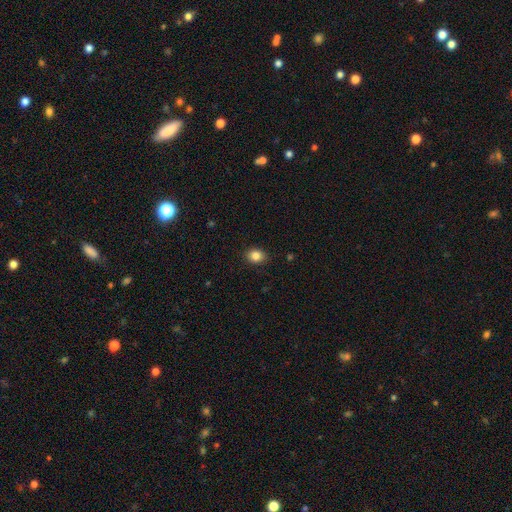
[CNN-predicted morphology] Smooth or featured? Predicted: smooth (p=0.85). How rounded? Predicted: round (p=0.53). Merging? Predicted: none (p=0.88).